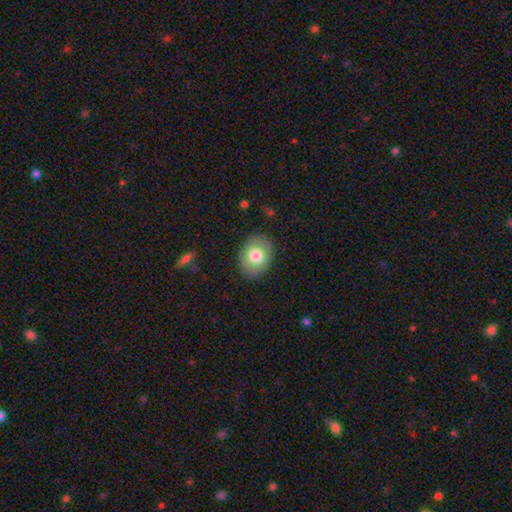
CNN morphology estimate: smooth 72%, featured or disk 20%, star or artifact 7%. Down the decision tree: how rounded — in between (63%); merging — none (86%).